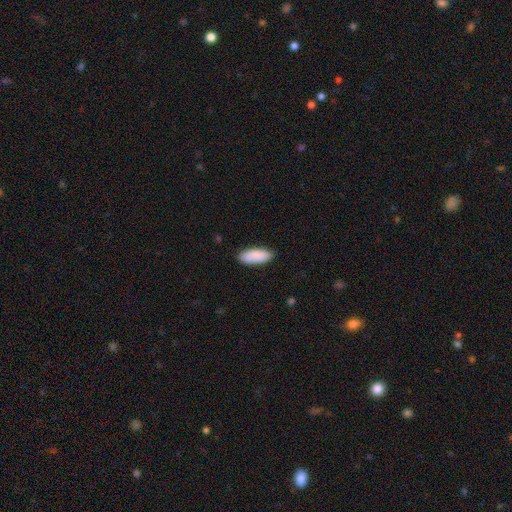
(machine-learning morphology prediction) Smooth or featured?
  - smooth: 88% *
  - featured or disk: 6%
  - star or artifact: 6%
How rounded?
  - in between: 79% *
  - cigar-shaped: 20%
  - round: 2%
Merging?
  - none: 84% *
  - minor disturbance: 12%
  - major disturbance: 2%
  - merger: 1%